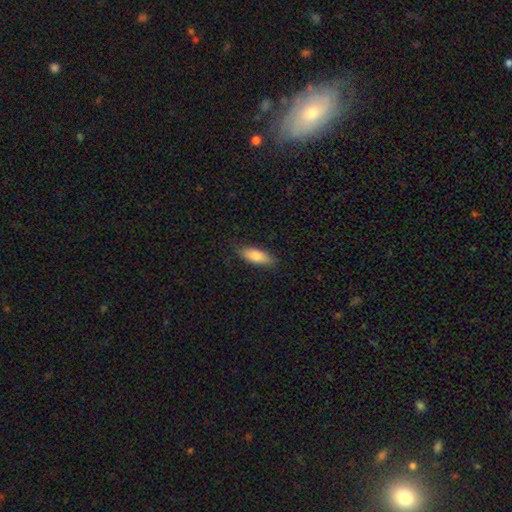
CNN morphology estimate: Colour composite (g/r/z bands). It shows a smooth galaxy with no disk features (83%) that is in between round and cigar-shaped (68%). Merging: none (82%).